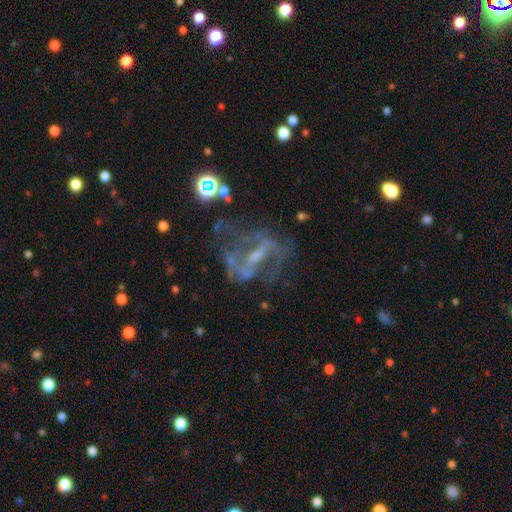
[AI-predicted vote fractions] smooth_or_featured: featured or disk (p=0.73) [alt: star or artifact p=0.15]
disk_edge_on: no (p=0.92) [alt: yes p=0.08]
bar: strong (p=0.40) [alt: weak p=0.35]
has_spiral_arms: yes (p=0.55) [alt: no p=0.45]
bulge_size: small (p=0.42) [alt: moderate p=0.29]
merging: none (p=0.49) [alt: major disturbance p=0.27]